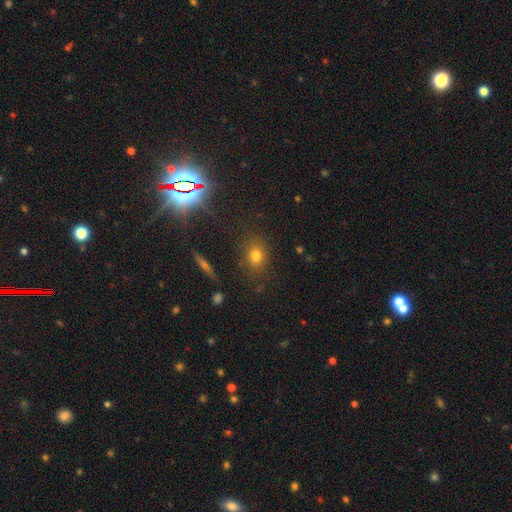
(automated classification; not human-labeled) Overall: smooth (71%). How rounded: in between (50%; round 47%). Merging: none (80%).